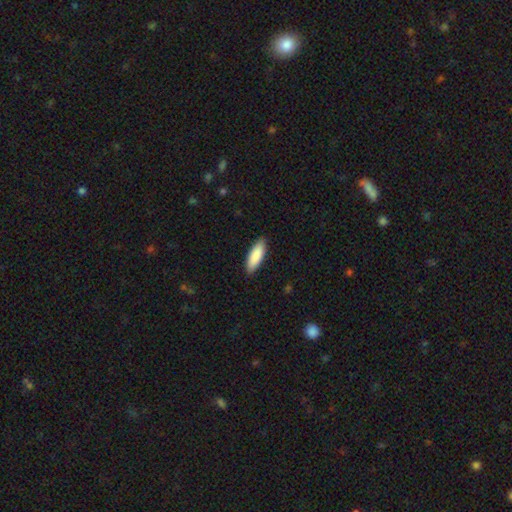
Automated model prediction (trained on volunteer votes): Morphology: type=smooth (89%); roundness=in between (65%); merging=none (89%).